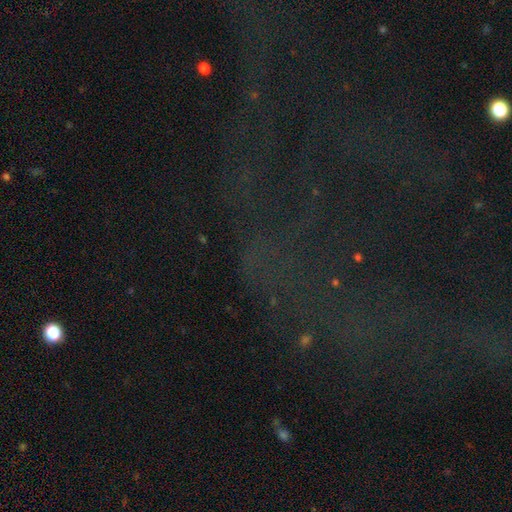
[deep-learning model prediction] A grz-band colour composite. It shows a star or artifact, not a galaxy (75%).